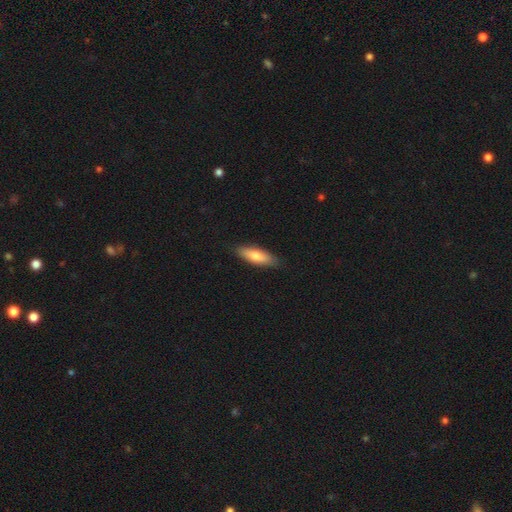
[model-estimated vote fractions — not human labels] smooth_or_featured: smooth (p=0.75) [alt: featured or disk p=0.20]
how_rounded: cigar-shaped (p=0.52) [alt: in between p=0.46]
merging: none (p=0.87) [alt: minor disturbance p=0.10]